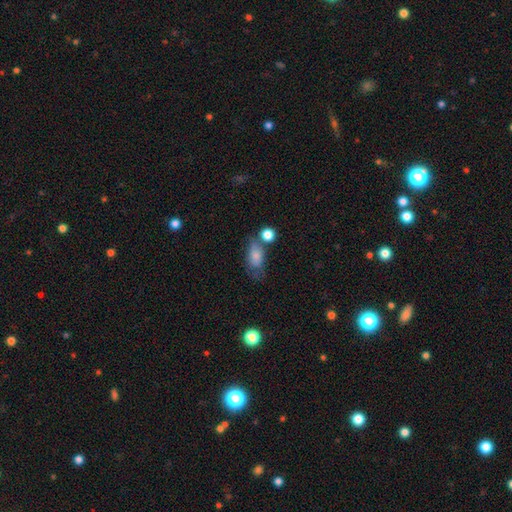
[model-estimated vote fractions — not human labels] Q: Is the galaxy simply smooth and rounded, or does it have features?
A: smooth — 77%.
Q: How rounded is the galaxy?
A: in between — 84%.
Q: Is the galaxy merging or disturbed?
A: none — 42%.